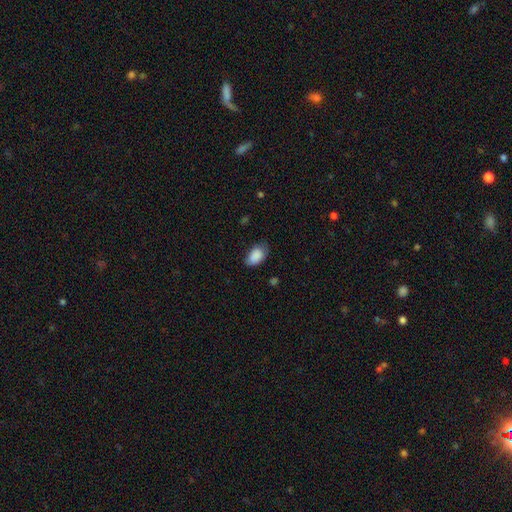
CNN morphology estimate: Overall: smooth (88%). How rounded: in between (92%). Merging: none (63%; minor disturbance 30%).